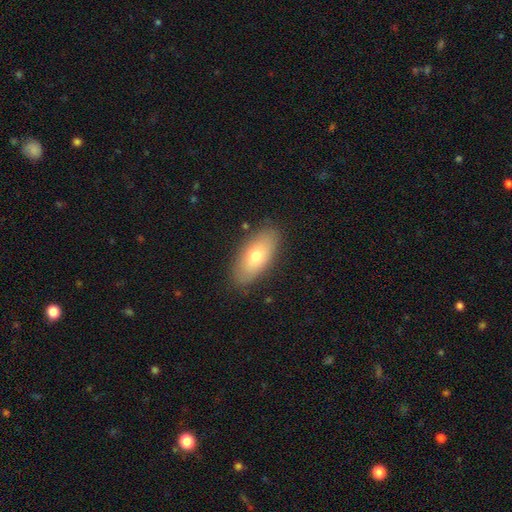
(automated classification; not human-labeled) smooth 69%, featured or disk 24%, star or artifact 7%. Down the decision tree: how rounded — in between (85%); merging — none (85%).